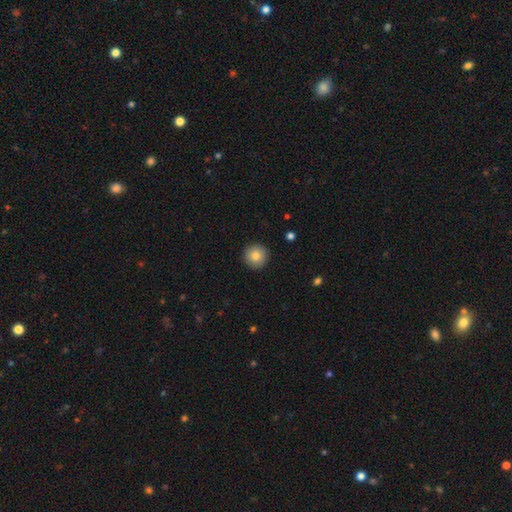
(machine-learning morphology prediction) type=smooth (84%); roundness=round (96%); merging=none (92%).